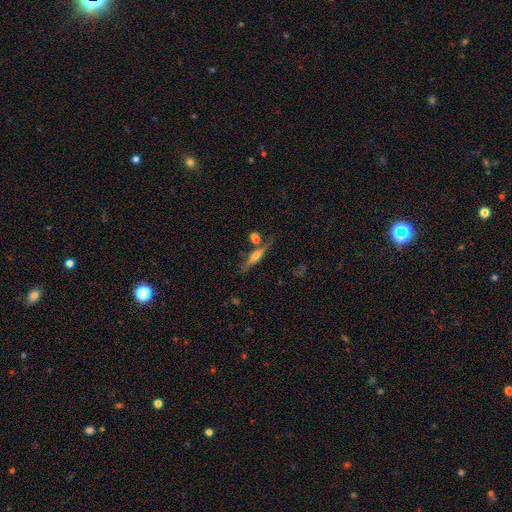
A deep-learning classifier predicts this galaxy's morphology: Smooth or featured: featured or disk — 54% (smooth — 38%)
Edge-on disk: yes — 93% (no — 7%)
Edge-on bulge: rounded — 83% (boxy — 8%)
Merging: none — 68% (merger — 14%)